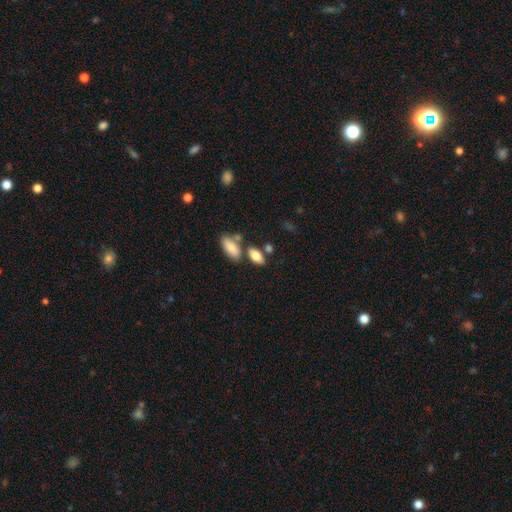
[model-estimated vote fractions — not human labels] This is clearly a smooth galaxy (81%). How rounded: clearly in between (88%). Merging: likely none (64%).